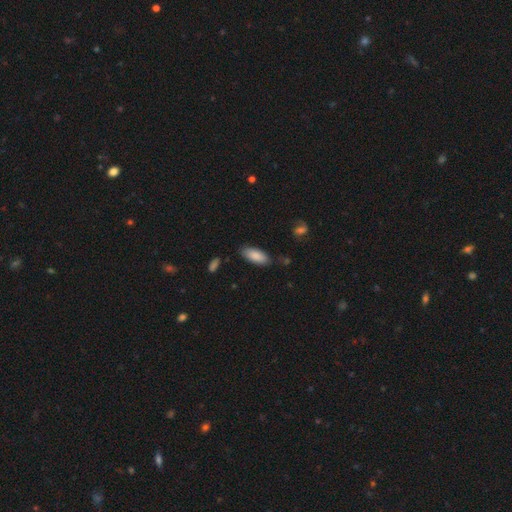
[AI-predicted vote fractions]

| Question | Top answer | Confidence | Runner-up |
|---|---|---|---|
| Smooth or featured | smooth | 86% | featured or disk (8%) |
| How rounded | in between | 79% | cigar-shaped (19%) |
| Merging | none | 81% | minor disturbance (14%) |